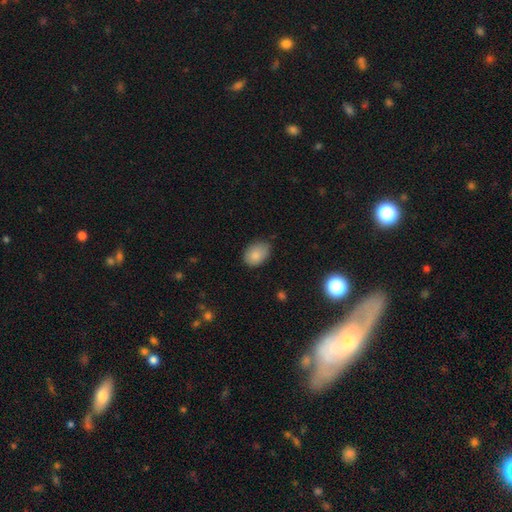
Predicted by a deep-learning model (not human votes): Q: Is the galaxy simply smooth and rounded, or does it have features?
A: smooth — 85%.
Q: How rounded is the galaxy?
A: in between — 80%.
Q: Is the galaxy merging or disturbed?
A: none — 65%.